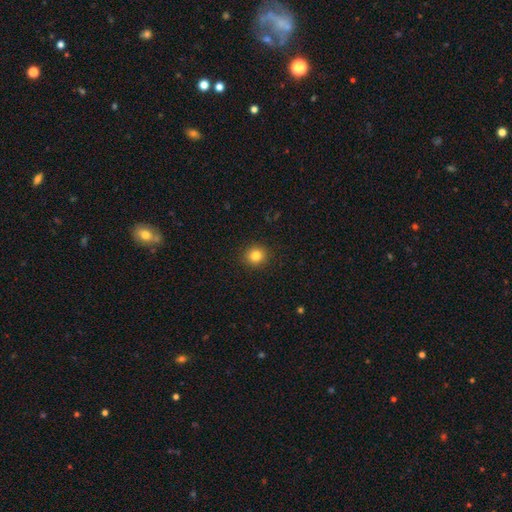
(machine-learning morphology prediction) type=smooth (82%); roundness=round (89%); merging=none (92%).